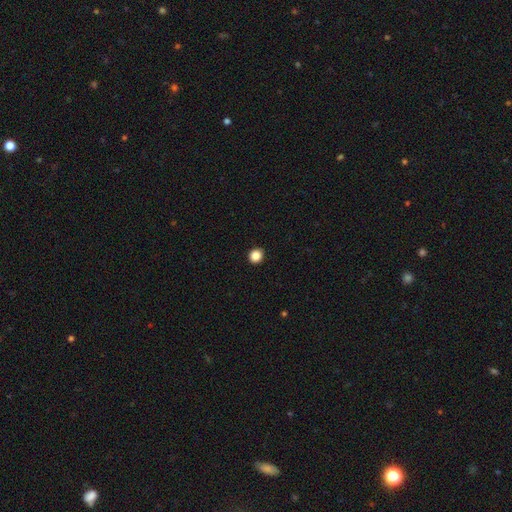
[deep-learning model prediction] Q: Smooth or featured?
A: smooth (86%); runner-up: star or artifact (11%)
Q: How rounded?
A: round (91%); runner-up: in between (9%)
Q: Merging?
A: none (93%); runner-up: minor disturbance (4%)